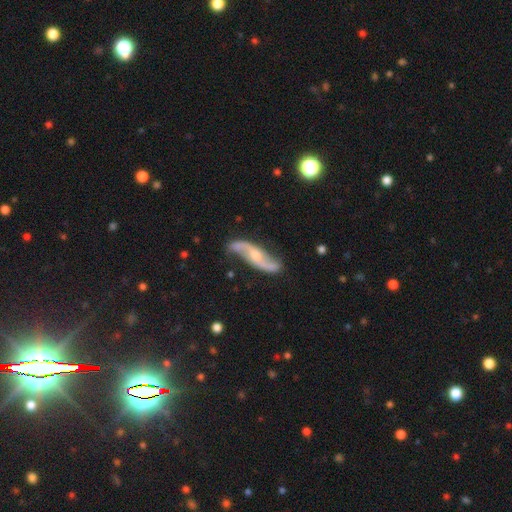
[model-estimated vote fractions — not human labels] Q: Smooth or featured?
A: featured or disk (88%); runner-up: smooth (8%)
Q: Edge-on disk?
A: no (90%); runner-up: yes (10%)
Q: Bar?
A: no (50%); runner-up: weak (36%)
Q: Spiral arms?
A: yes (96%); runner-up: no (4%)
Q: Spiral winding?
A: loose (73%); runner-up: medium (21%)
Q: Spiral arm count?
A: 2 (94%); runner-up: can't tell (2%)
Q: Bulge size?
A: moderate (51%); runner-up: small (41%)
Q: Merging?
A: none (79%); runner-up: minor disturbance (14%)